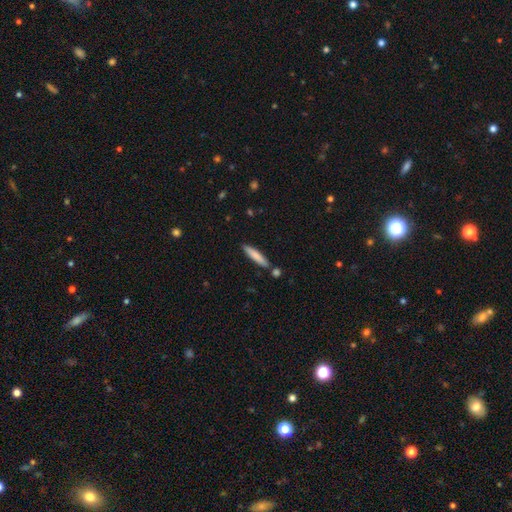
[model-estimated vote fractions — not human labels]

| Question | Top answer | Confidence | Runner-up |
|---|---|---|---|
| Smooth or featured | smooth | 79% | featured or disk (15%) |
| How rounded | cigar-shaped | 89% | in between (10%) |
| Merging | none | 83% | minor disturbance (10%) |